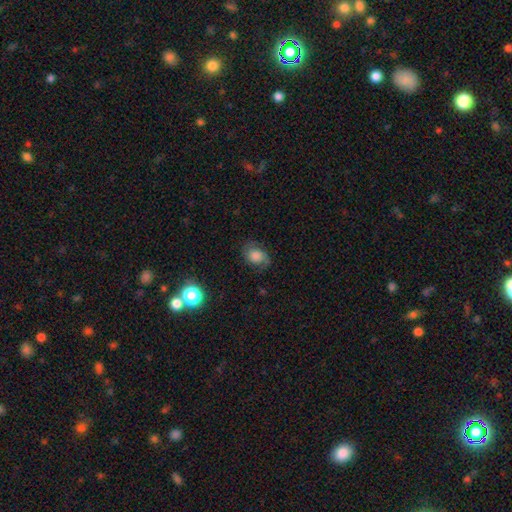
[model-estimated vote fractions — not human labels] smooth_or_featured: smooth (p=0.63) [alt: featured or disk p=0.26]
how_rounded: in between (p=0.66) [alt: round p=0.33]
merging: none (p=0.65) [alt: minor disturbance p=0.23]